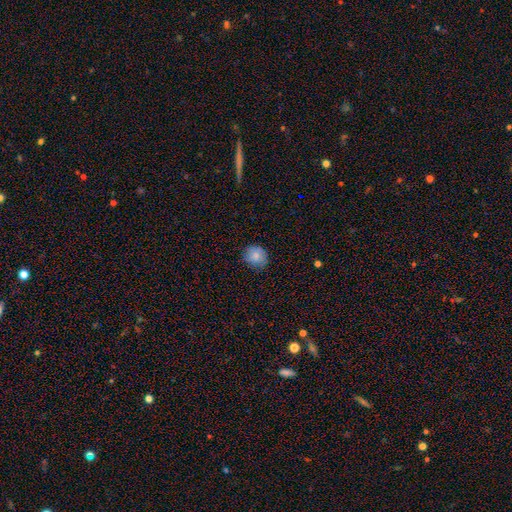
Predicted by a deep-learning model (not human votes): A smooth galaxy with no disk features (81%) that is round (78%). Merging: none (77%).